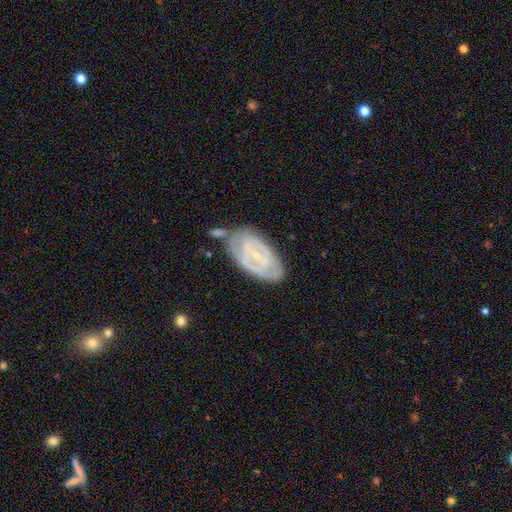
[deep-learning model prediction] Smooth or featured?
  - featured or disk: 74% *
  - smooth: 19%
  - star or artifact: 7%
Edge-on disk?
  - no: 94% *
  - yes: 6%
Bar?
  - no: 47% *
  - weak: 39%
  - strong: 14%
Spiral arms?
  - yes: 82% *
  - no: 18%
Spiral winding?
  - tight: 66% *
  - medium: 26%
  - loose: 8%
Spiral arm count?
  - can't tell: 41% *
  - 2: 37%
  - 3: 10%
  - 1: 5%
  - 4: 4%
  - more than 4: 3%
Bulge size?
  - small: 76% *
  - moderate: 17%
  - none: 5%
  - large: 1%
  - dominant: 1%
Merging?
  - none: 55% *
  - minor disturbance: 25%
  - merger: 12%
  - major disturbance: 9%